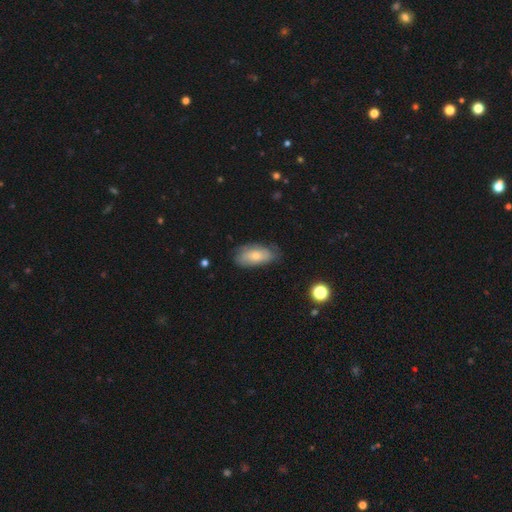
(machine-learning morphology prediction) Smooth or featured?
  - smooth: 68% *
  - featured or disk: 25%
  - star or artifact: 7%
How rounded?
  - in between: 90% *
  - cigar-shaped: 6%
  - round: 3%
Merging?
  - none: 66% *
  - minor disturbance: 26%
  - major disturbance: 6%
  - merger: 2%